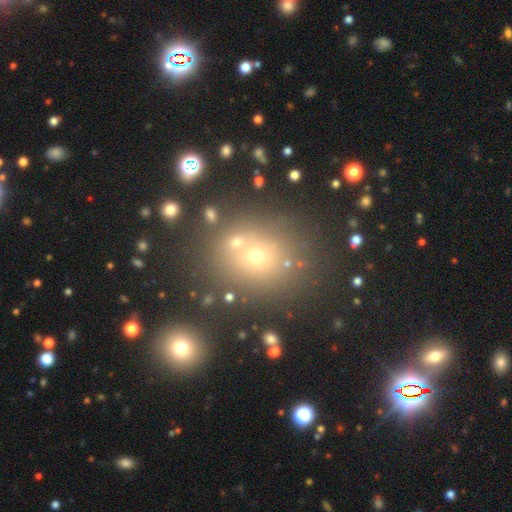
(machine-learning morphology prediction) smooth-or-featured: smooth: 59% | star or artifact: 28% | featured or disk: 13%
  how-rounded: round: 73% | in between: 26% | cigar-shaped: 1%
  merging: none: 71% | merger: 14% | minor disturbance: 10% | major disturbance: 5%